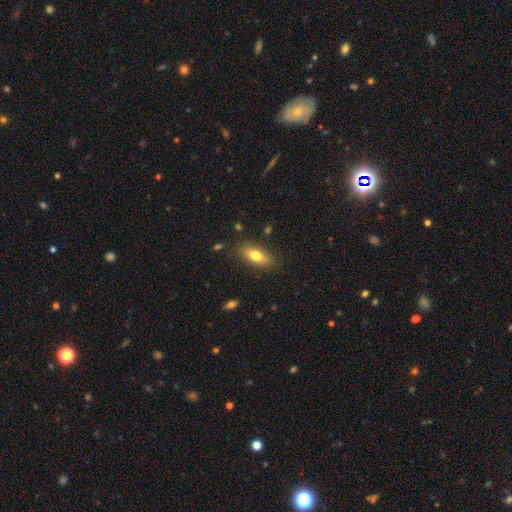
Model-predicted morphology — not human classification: This is likely a smooth galaxy (74%). How rounded: likely in between (76%). Merging: clearly none (83%).